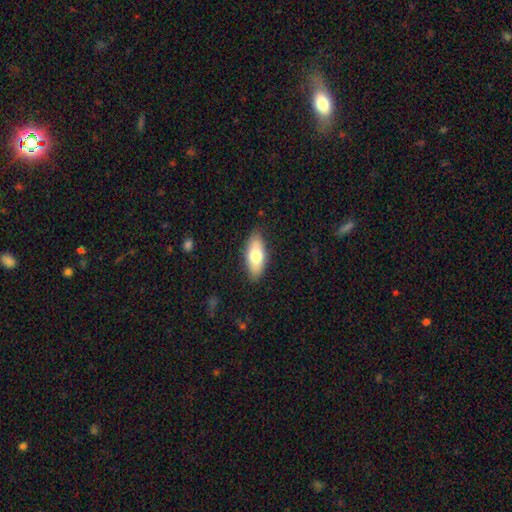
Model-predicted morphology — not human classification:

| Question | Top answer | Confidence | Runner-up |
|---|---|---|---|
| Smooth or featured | smooth | 70% | featured or disk (24%) |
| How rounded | in between | 80% | cigar-shaped (17%) |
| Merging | none | 86% | minor disturbance (11%) |